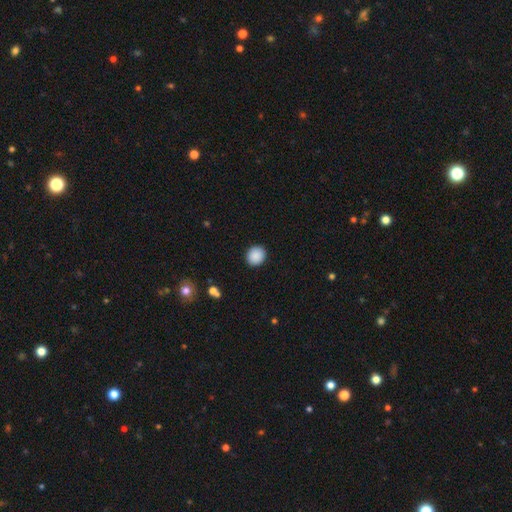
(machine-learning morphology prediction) Smooth or featured? Predicted: smooth (p=0.89). How rounded? Predicted: round (p=0.79). Merging? Predicted: none (p=0.91).